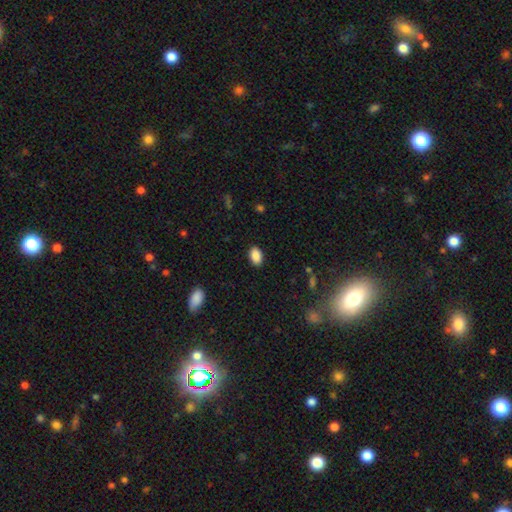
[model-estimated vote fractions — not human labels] A smooth galaxy with no disk features (89%) that is in between round and cigar-shaped (89%).

Vote fractions:
- Smooth or featured? smooth: 89% / star or artifact: 8% / featured or disk: 3%
- How rounded? in between: 89% / round: 10% / cigar-shaped: 1%
- Merging? none: 88% / minor disturbance: 9% / major disturbance: 2% / merger: 1%